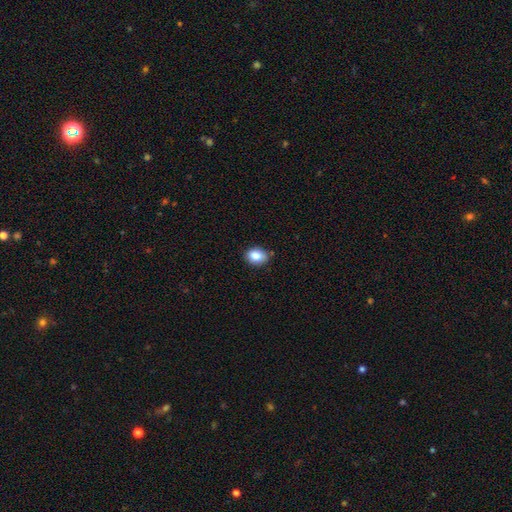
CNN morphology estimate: type=smooth (85%); roundness=in between (64%); merging=none (81%).